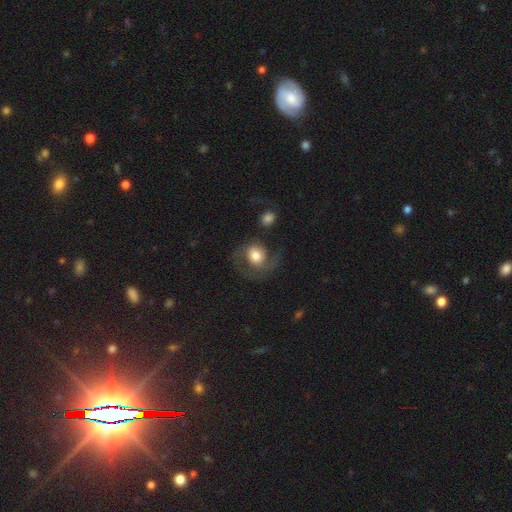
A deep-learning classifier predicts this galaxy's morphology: smooth-or-featured: smooth: 47% | featured or disk: 46% | star or artifact: 8%
  merging: none: 41% | major disturbance: 34% | minor disturbance: 19% | merger: 6%